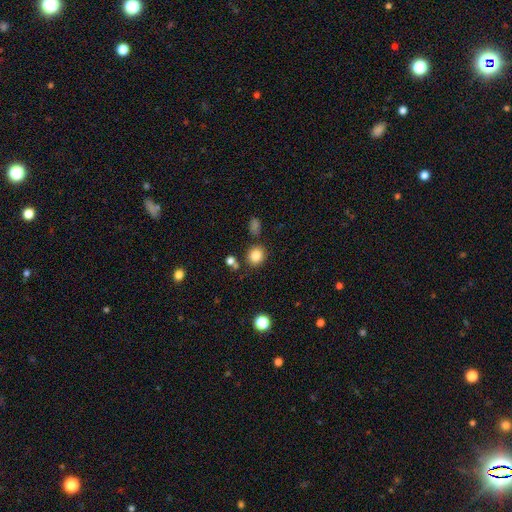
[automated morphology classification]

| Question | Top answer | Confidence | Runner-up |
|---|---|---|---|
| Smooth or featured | smooth | 84% | star or artifact (11%) |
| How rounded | round | 78% | in between (21%) |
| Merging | none | 79% | minor disturbance (11%) |